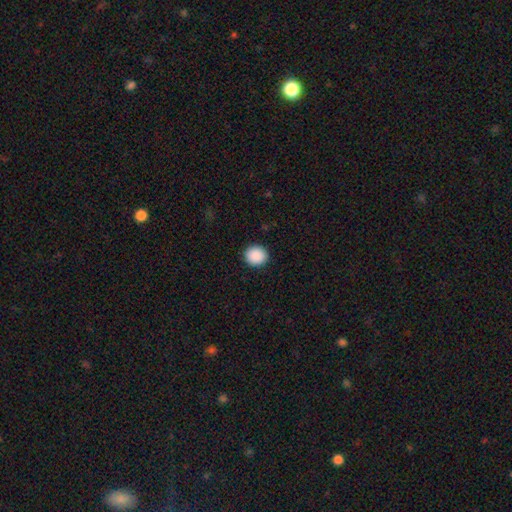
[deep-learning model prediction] Smooth or featured? Predicted: smooth (p=0.90). How rounded? Predicted: round (p=0.87). Merging? Predicted: none (p=0.92).